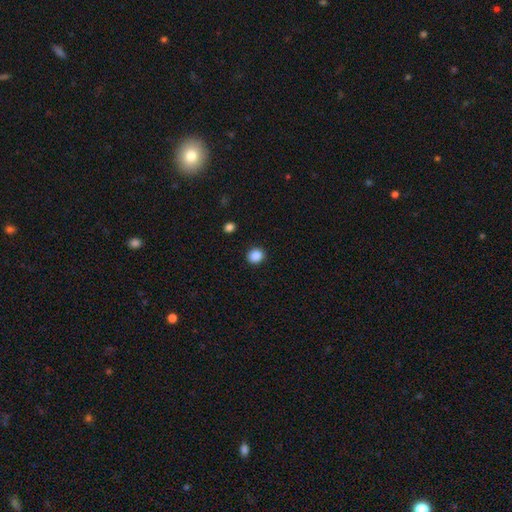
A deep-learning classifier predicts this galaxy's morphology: smooth 88%, star or artifact 10%, featured or disk 2%. Down the decision tree: how rounded — round (78%); merging — none (90%).